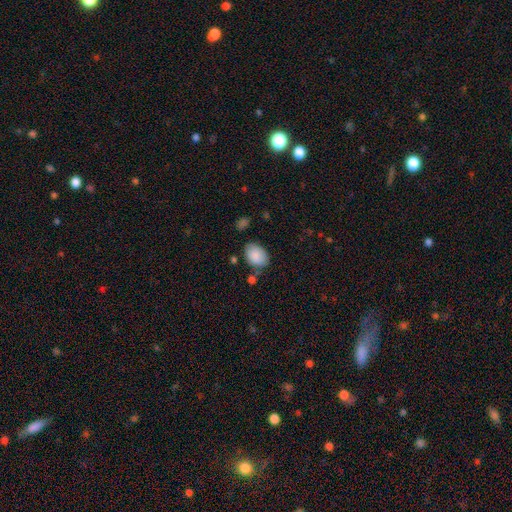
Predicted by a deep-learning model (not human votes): Smooth or featured?
  - smooth: 88% *
  - star or artifact: 7%
  - featured or disk: 5%
How rounded?
  - in between: 79% *
  - round: 20%
  - cigar-shaped: 1%
Merging?
  - none: 72% *
  - minor disturbance: 18%
  - merger: 5%
  - major disturbance: 4%